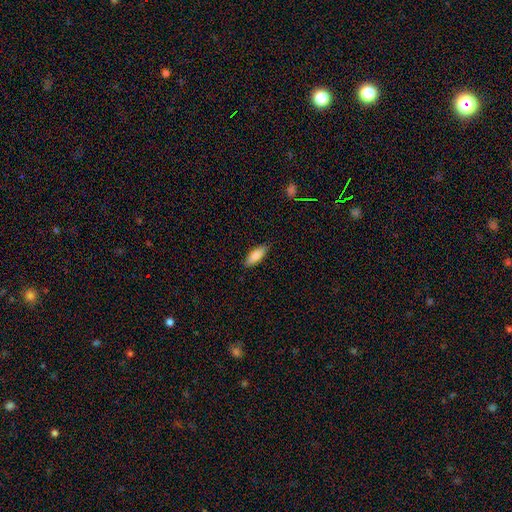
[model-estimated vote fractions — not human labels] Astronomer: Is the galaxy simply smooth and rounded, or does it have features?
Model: smooth — 84%.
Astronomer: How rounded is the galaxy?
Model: in between — 71%.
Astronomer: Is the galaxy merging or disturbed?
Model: none — 84%.